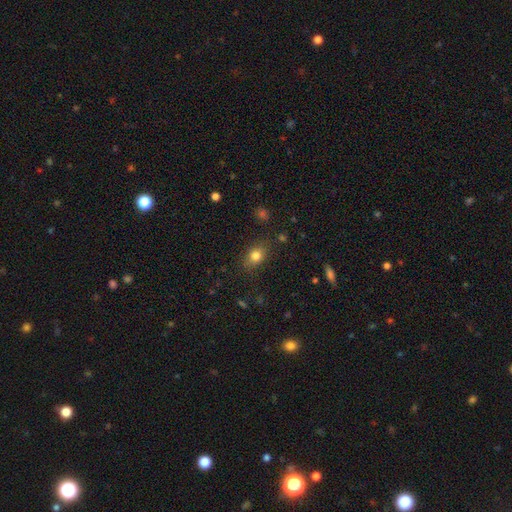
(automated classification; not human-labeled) Smooth or featured?
  - smooth: 80% *
  - star or artifact: 11%
  - featured or disk: 9%
How rounded?
  - in between: 61% *
  - round: 37%
  - cigar-shaped: 2%
Merging?
  - none: 81% *
  - minor disturbance: 14%
  - major disturbance: 4%
  - merger: 2%